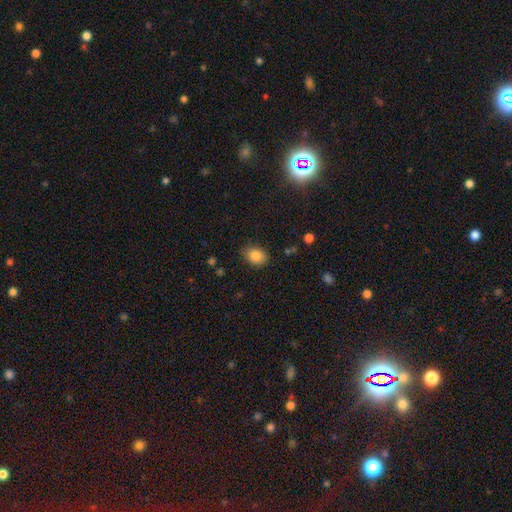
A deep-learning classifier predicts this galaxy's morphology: This is clearly a smooth galaxy (85%). How rounded: likely in between (68%). Merging: clearly none (81%).